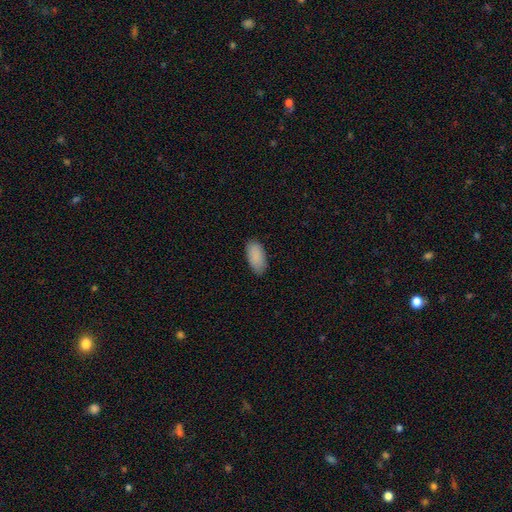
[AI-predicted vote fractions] Smooth or featured? Predicted: smooth (p=0.90). How rounded? Predicted: in between (p=0.94). Merging? Predicted: none (p=0.84).